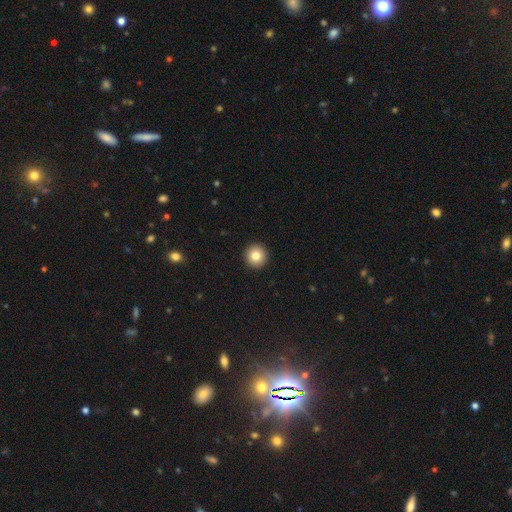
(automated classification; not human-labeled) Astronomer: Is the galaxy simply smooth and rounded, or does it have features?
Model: smooth — 82%.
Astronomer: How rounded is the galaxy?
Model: round — 96%.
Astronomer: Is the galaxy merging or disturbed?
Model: none — 94%.